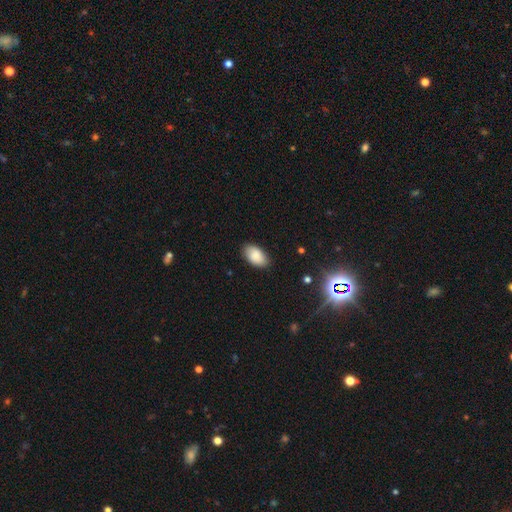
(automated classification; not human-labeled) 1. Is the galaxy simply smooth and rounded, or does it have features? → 86% smooth, 7% star or artifact, 6% featured or disk.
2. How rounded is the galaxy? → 94% in between, 4% round, 1% cigar-shaped.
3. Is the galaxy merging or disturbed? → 85% none, 12% minor disturbance, 2% major disturbance, 1% merger.